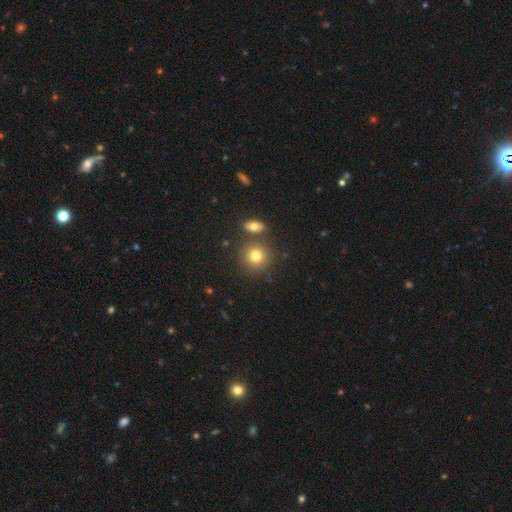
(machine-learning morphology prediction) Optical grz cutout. It shows a smooth galaxy with no disk features (78%) that is round (88%). Merging: none (78%).